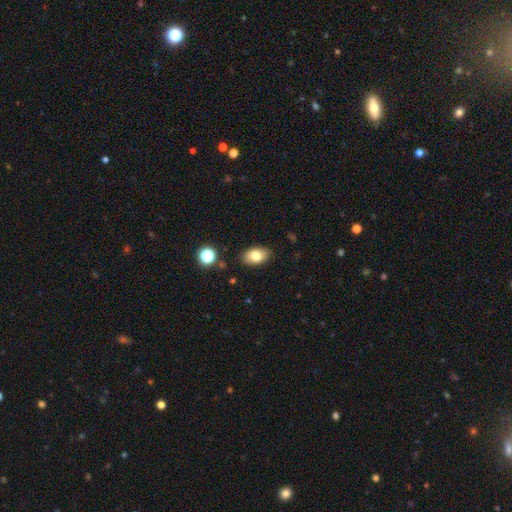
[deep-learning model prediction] This is likely a smooth galaxy (79%). How rounded: clearly in between (89%). Merging: clearly none (86%).